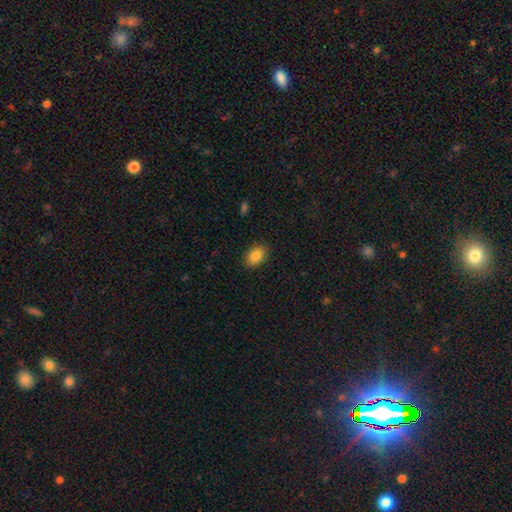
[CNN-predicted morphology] This appears to be a smooth galaxy with no disk features (85%) that is in between round and cigar-shaped (81%). Merging: none (89%).